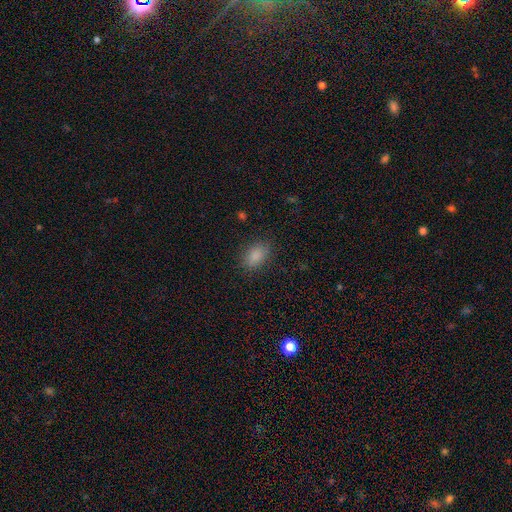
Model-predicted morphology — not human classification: The model was most divided on "merging": none: 83%, minor disturbance: 12%, major disturbance: 4%, merger: 1%. More confident: smooth or featured — smooth (86%); how rounded — in between (85%).